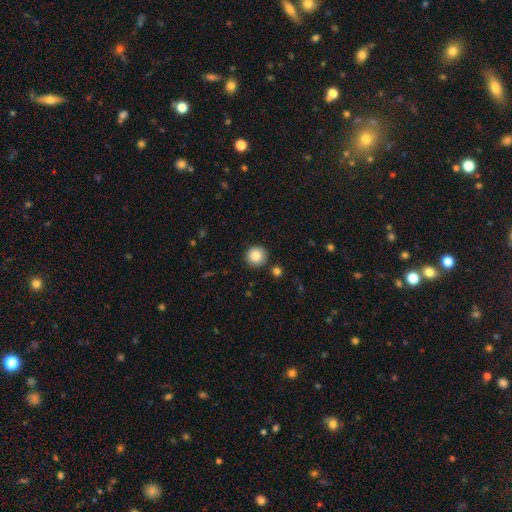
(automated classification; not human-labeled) A smooth galaxy with no disk features (86%) that is round (95%). Merging: none (88%).